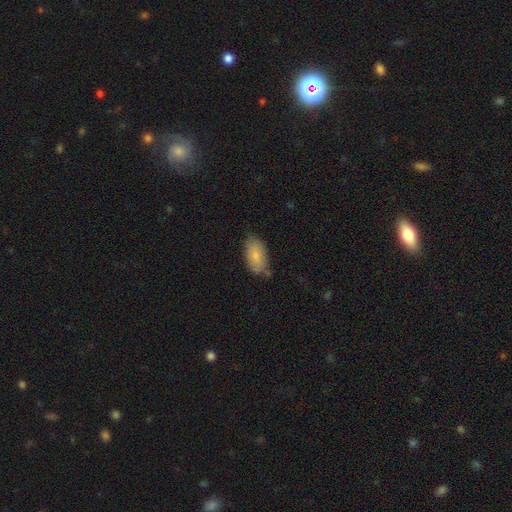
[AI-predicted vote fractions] The model was most divided on "merging": none: 67%, minor disturbance: 25%, major disturbance: 5%, merger: 4%. More confident: how rounded — in between (93%); smooth or featured — smooth (80%).